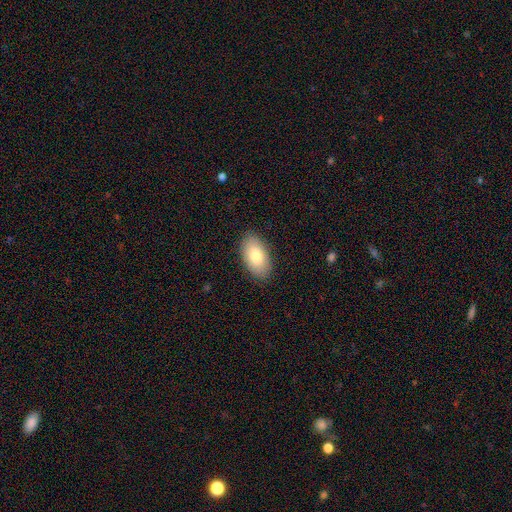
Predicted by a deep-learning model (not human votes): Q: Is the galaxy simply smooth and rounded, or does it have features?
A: smooth — 79%.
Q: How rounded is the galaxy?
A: in between — 95%.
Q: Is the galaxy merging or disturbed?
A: none — 87%.